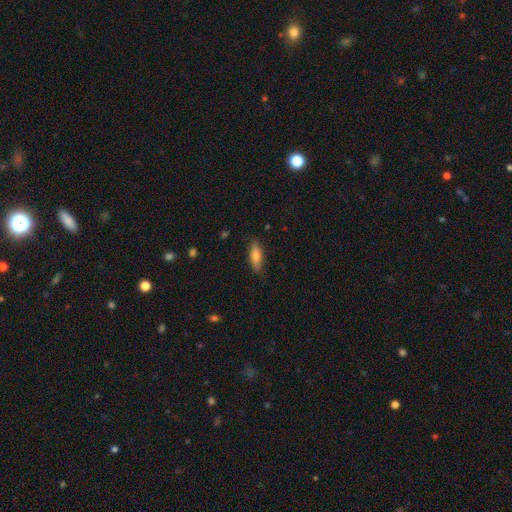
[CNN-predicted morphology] Smooth or featured?
  - smooth: 73% *
  - featured or disk: 20%
  - star or artifact: 7%
How rounded?
  - in between: 55% *
  - cigar-shaped: 43%
  - round: 2%
Merging?
  - none: 83% *
  - minor disturbance: 14%
  - major disturbance: 3%
  - merger: 1%